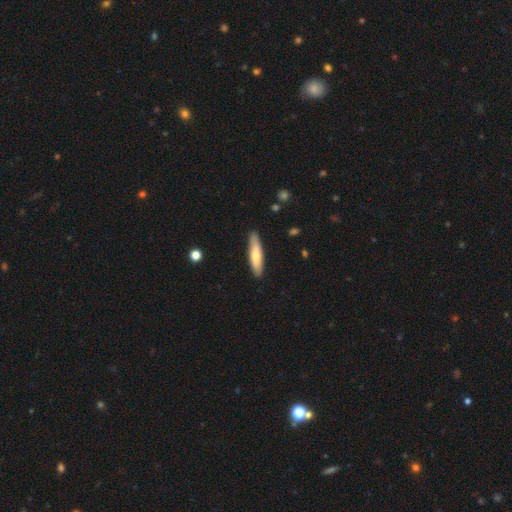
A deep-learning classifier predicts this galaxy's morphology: Smooth or featured: smooth — 67% (featured or disk — 28%)
How rounded: cigar-shaped — 80% (in between — 18%)
Merging: none — 88% (minor disturbance — 9%)